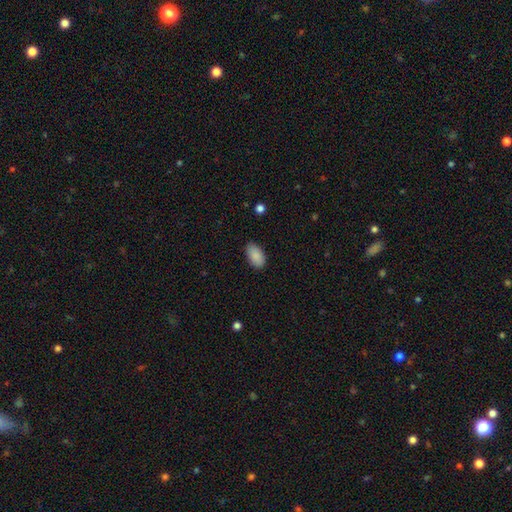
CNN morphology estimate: smooth 89%, star or artifact 7%, featured or disk 4%. Down the decision tree: how rounded — in between (94%); merging — none (84%).